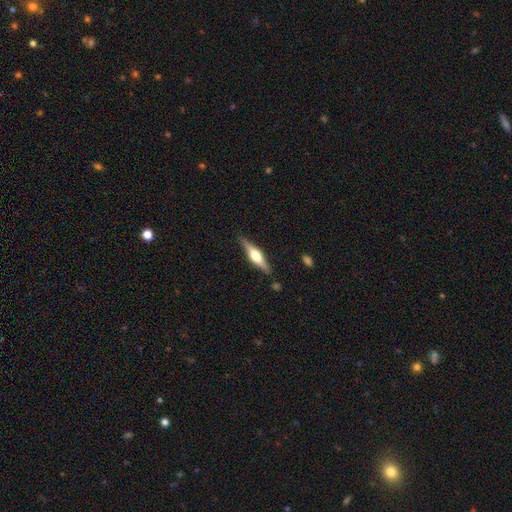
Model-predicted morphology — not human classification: type=featured or disk (71%); edge-on=yes (97%); edge-on bulge=rounded (91%); merging=none (87%).